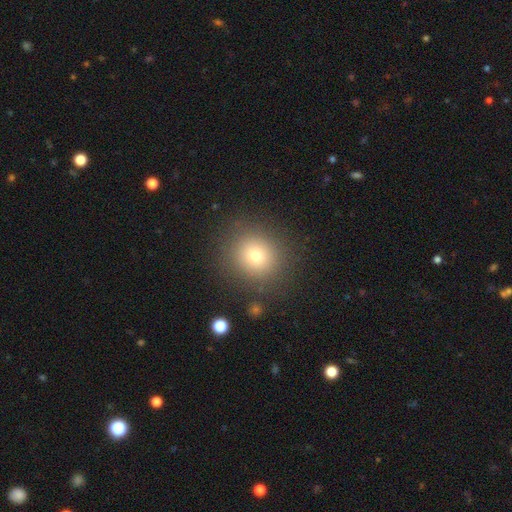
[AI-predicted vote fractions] Smooth or featured? Predicted: smooth (p=0.75). How rounded? Predicted: round (p=0.86). Merging? Predicted: none (p=0.86).